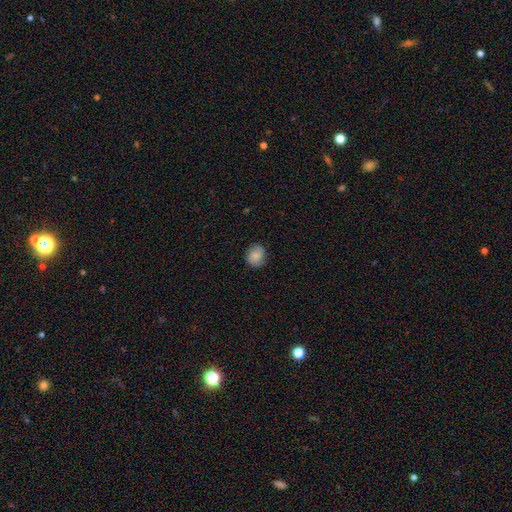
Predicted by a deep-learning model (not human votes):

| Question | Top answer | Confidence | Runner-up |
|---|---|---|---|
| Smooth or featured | smooth | 81% | featured or disk (11%) |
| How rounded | round | 63% | in between (36%) |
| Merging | none | 80% | minor disturbance (16%) |